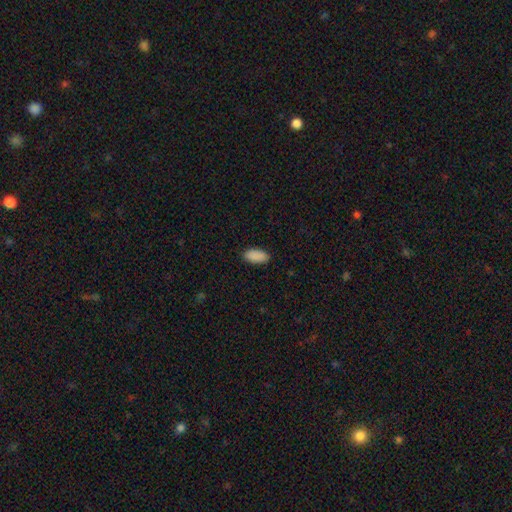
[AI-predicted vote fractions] smooth_or_featured: smooth (p=0.91) [alt: star or artifact p=0.07]
how_rounded: in between (p=0.93) [alt: cigar-shaped p=0.05]
merging: none (p=0.89) [alt: minor disturbance p=0.08]